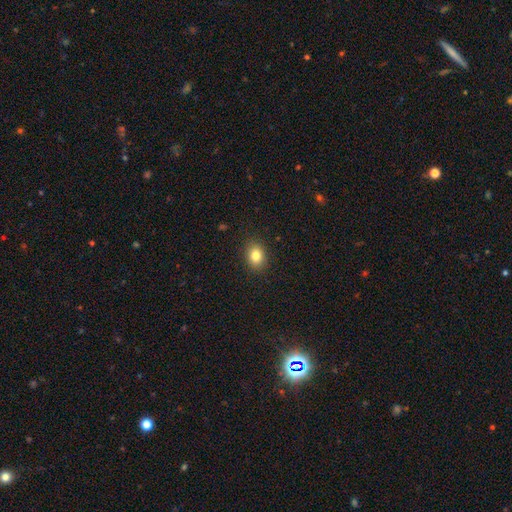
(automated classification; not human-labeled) Smooth or featured?
  - smooth: 83% *
  - star or artifact: 10%
  - featured or disk: 7%
How rounded?
  - in between: 65% *
  - round: 34%
  - cigar-shaped: 1%
Merging?
  - none: 89% *
  - minor disturbance: 8%
  - major disturbance: 2%
  - merger: 1%